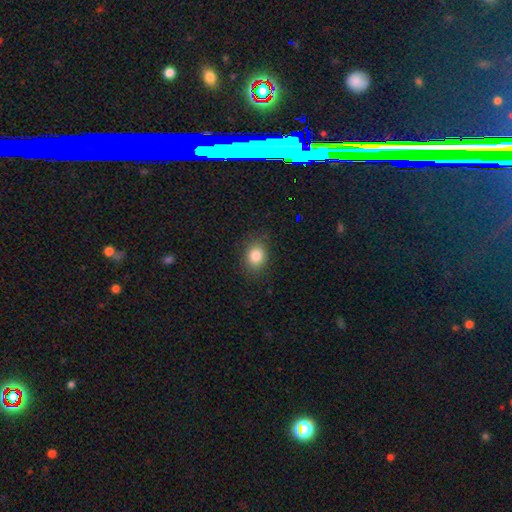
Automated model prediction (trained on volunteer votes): Smooth or featured? smooth (84%)
How rounded? round (52%)
Merging? none (84%)